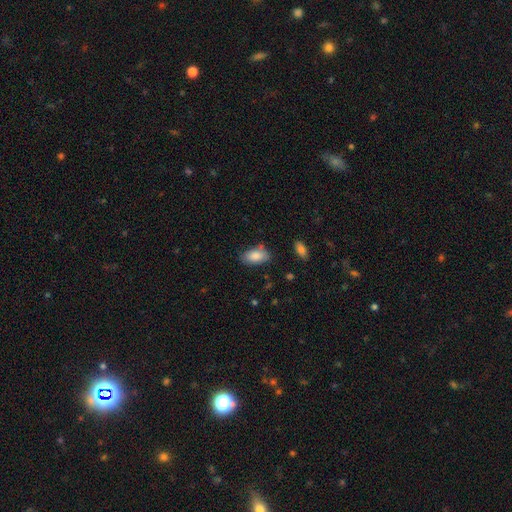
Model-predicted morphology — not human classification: This appears to be a smooth galaxy with no disk features (86%) that is in between round and cigar-shaped (93%). Merging: none (74%).